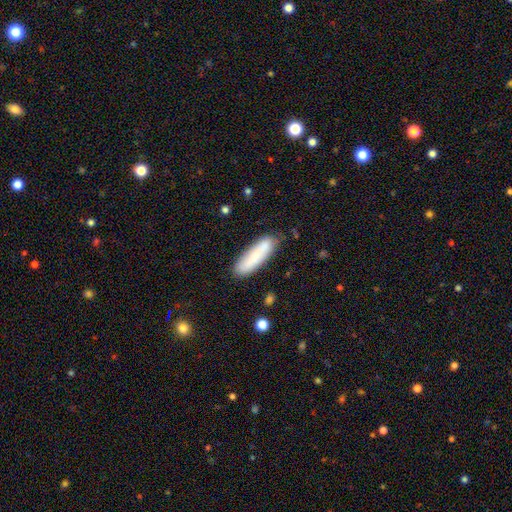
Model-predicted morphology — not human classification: A smooth galaxy with no disk features (70%) that is cigar-shaped (59%).

Vote fractions:
- Smooth or featured? smooth: 70% / featured or disk: 23% / star or artifact: 7%
- How rounded? cigar-shaped: 59% / in between: 39% / round: 2%
- Merging? none: 79% / minor disturbance: 15% / merger: 4% / major disturbance: 3%